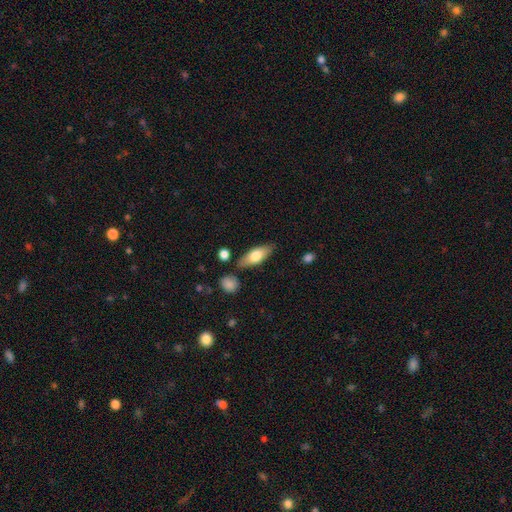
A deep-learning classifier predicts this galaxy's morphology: The model was most divided on "smooth or featured": smooth: 70%, featured or disk: 24%, star or artifact: 6%. More confident: merging — none (81%); how rounded — in between (72%).